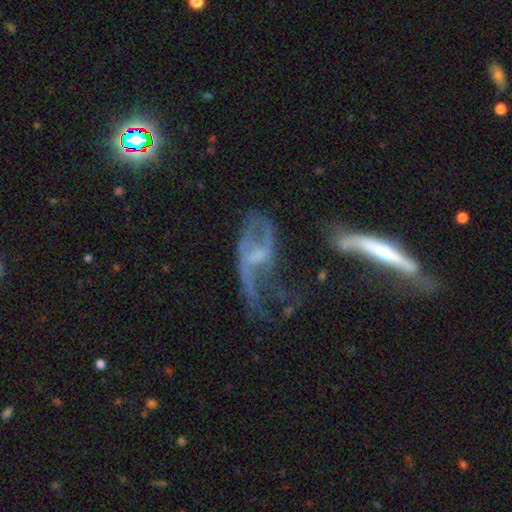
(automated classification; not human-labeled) featured or disk 73%, smooth 15%, star or artifact 12%. Down the decision tree: edge-on disk — no (85%); bar — no (53%); spiral arms — yes (66%); bulge size — small (40%); merging — major disturbance (43%).